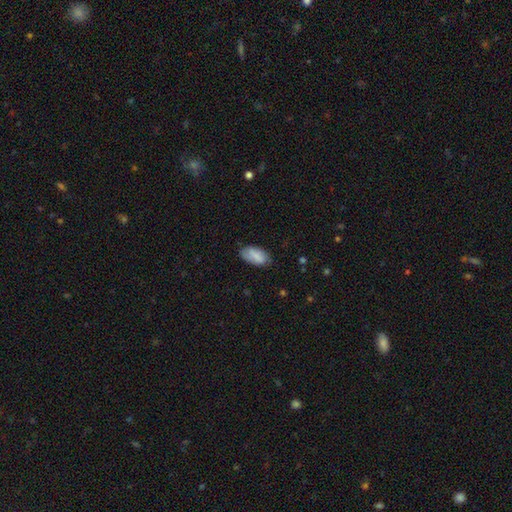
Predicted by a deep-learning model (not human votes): Smooth or featured? smooth (84%)
How rounded? in between (94%)
Merging? none (70%)